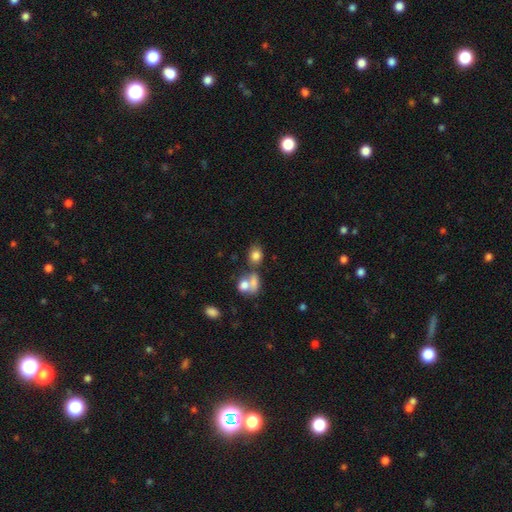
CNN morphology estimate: smooth_or_featured: smooth (p=0.80) [alt: star or artifact p=0.11]
how_rounded: in between (p=0.51) [alt: round p=0.48]
merging: none (p=0.52) [alt: merger p=0.29]